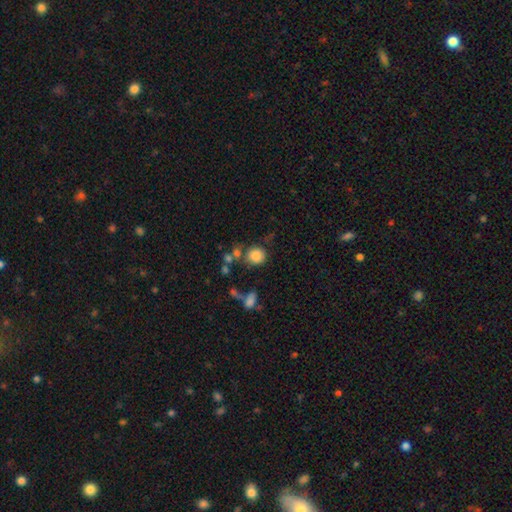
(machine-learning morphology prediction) type=smooth (83%); roundness=round (85%); merging=none (67%).